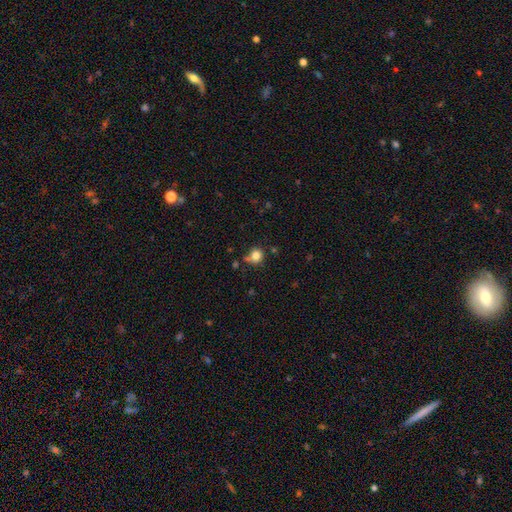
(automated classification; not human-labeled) Smooth or featured? smooth (83%)
How rounded? round (88%)
Merging? none (70%)